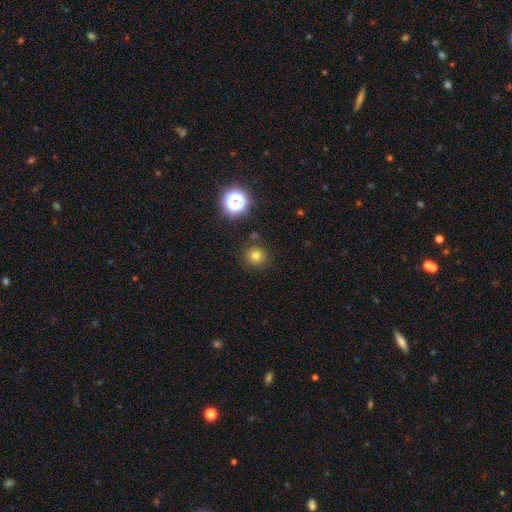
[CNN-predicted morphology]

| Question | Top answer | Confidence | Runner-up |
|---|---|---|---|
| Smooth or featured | smooth | 73% | star or artifact (19%) |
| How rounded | round | 93% | in between (6%) |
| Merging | none | 86% | minor disturbance (7%) |